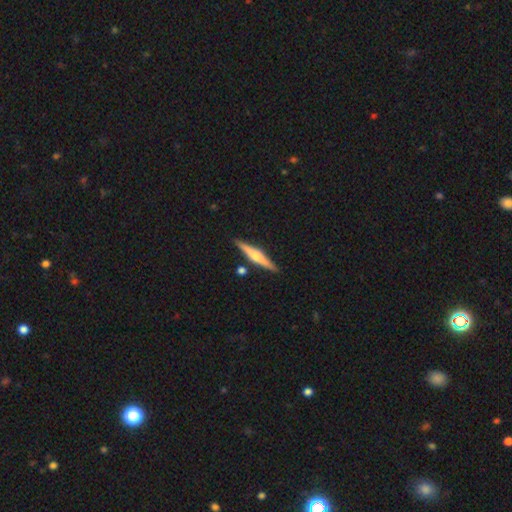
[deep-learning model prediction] Smooth or featured? featured or disk (59%)
Edge-on disk? yes (97%)
Edge-on bulge? rounded (78%)
Merging? none (87%)